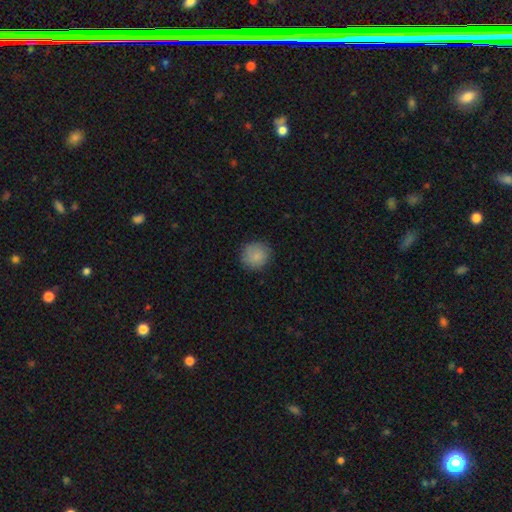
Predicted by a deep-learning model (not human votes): A smooth galaxy with no disk features (86%) that is round (89%). Merging: none (85%).